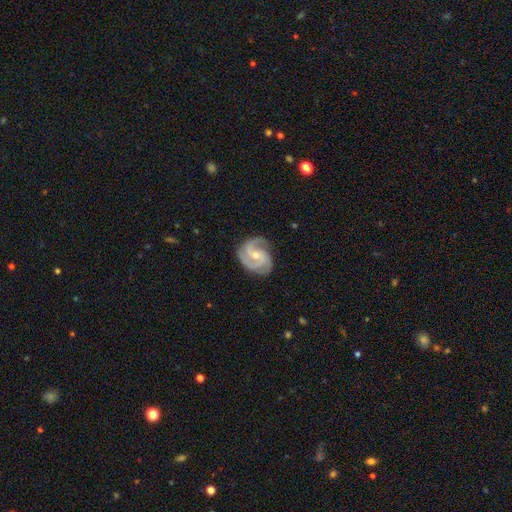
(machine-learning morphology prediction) type=featured or disk (90%); edge-on=no (98%); bar=no (55%); spiral arms=yes (98%); winding=medium (51%); arm count=3 (60%); bulge=small (54%); merging=none (75%).